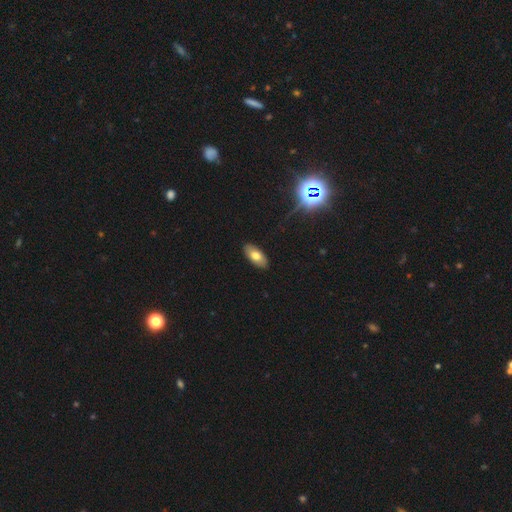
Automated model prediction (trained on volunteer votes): smooth-or-featured: smooth: 72% | featured or disk: 19% | star or artifact: 9%
  how-rounded: in between: 91% | cigar-shaped: 6% | round: 3%
  merging: none: 89% | minor disturbance: 9% | major disturbance: 2% | merger: 1%